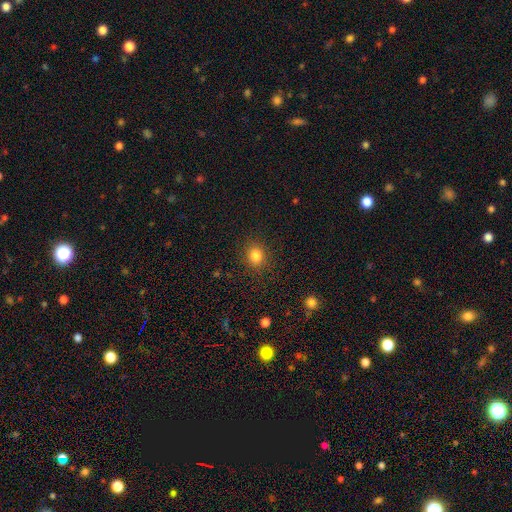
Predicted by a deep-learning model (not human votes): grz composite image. It shows a smooth galaxy with no disk features (84%) that is round (74%). Merging: none (87%).